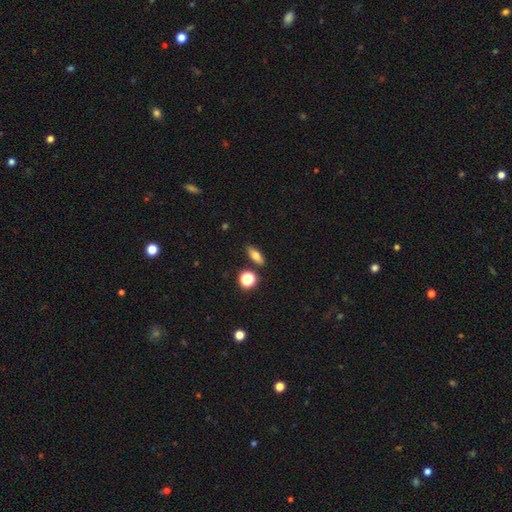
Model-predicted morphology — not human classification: Smooth or featured? Predicted: smooth (p=0.70). How rounded? Predicted: in between (p=0.63). Merging? Predicted: none (p=0.84).